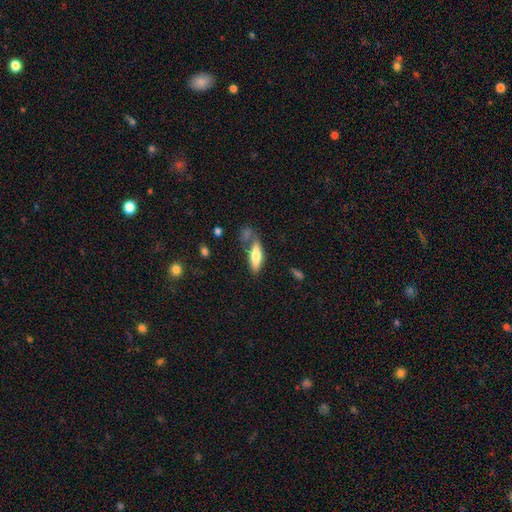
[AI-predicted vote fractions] smooth-or-featured: smooth: 66% | featured or disk: 27% | star or artifact: 6%
  how-rounded: cigar-shaped: 50% | in between: 48% | round: 2%
  merging: none: 51% | minor disturbance: 21% | merger: 17% | major disturbance: 11%